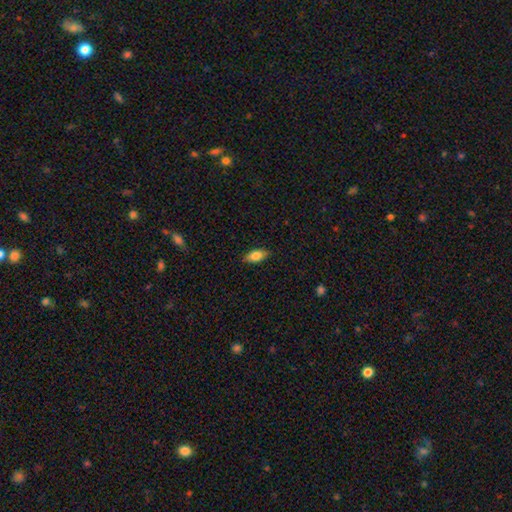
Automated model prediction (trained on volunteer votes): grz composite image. It shows a smooth galaxy with no disk features (81%) that is in between round and cigar-shaped (87%). Merging: none (87%).